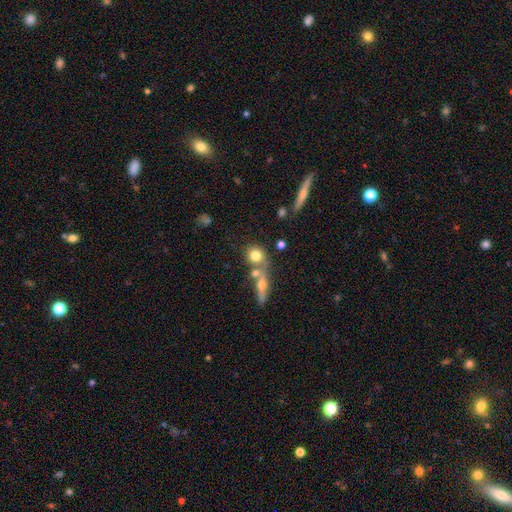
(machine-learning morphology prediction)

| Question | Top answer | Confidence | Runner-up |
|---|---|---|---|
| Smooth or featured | smooth | 73% | featured or disk (17%) |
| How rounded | round | 76% | in between (19%) |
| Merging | none | 50% | merger (35%) |